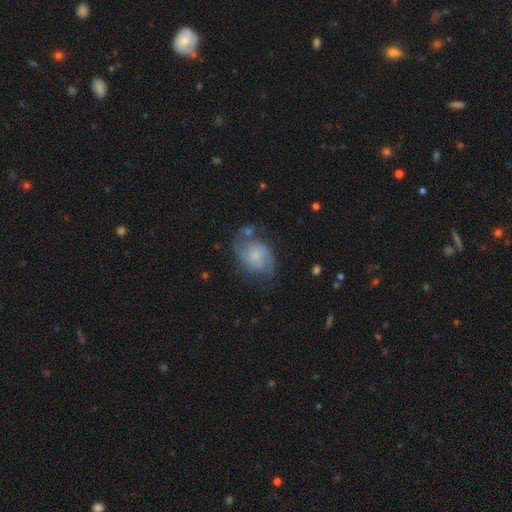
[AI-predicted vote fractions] Smooth or featured? Predicted: featured or disk (p=0.62). Edge-on disk? Predicted: no (p=0.97). Bar? Predicted: no (p=0.60). Spiral arms? Predicted: yes (p=0.86). Spiral winding? Predicted: medium (p=0.48). Spiral arm count? Predicted: 2 (p=0.77). Bulge size? Predicted: small (p=0.45). Merging? Predicted: none (p=0.53).